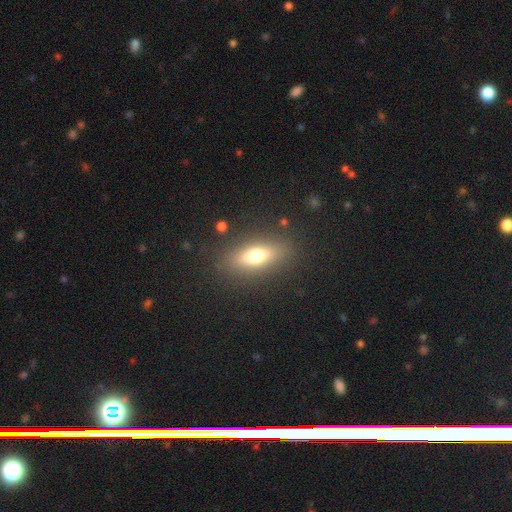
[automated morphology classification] This is likely a smooth galaxy (67%). How rounded: likely in between (70%). Merging: clearly none (85%).